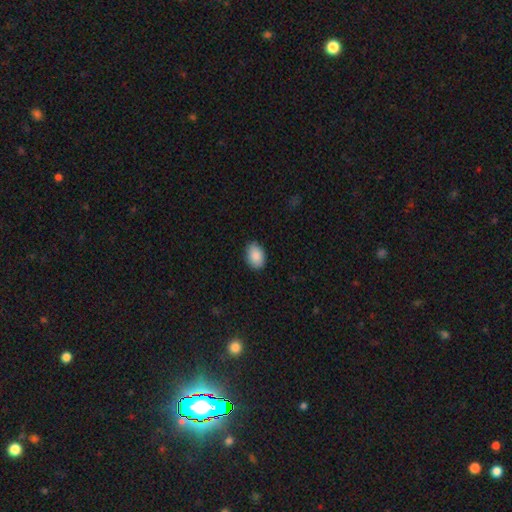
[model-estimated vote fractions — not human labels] smooth_or_featured: smooth (p=0.90) [alt: star or artifact p=0.07]
how_rounded: in between (p=0.84) [alt: round p=0.15]
merging: none (p=0.85) [alt: minor disturbance p=0.12]